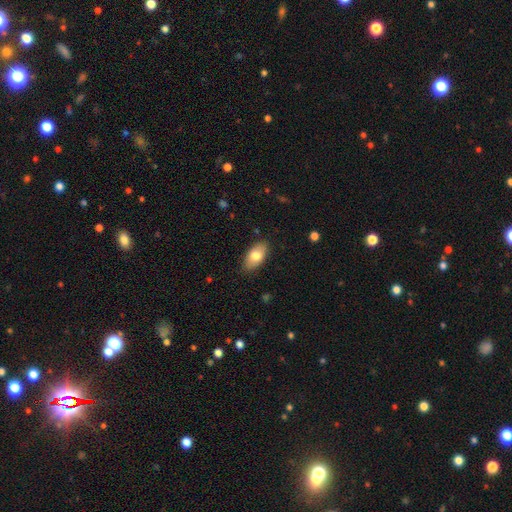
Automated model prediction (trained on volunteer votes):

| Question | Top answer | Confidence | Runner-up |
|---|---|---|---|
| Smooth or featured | smooth | 78% | featured or disk (16%) |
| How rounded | in between | 93% | cigar-shaped (4%) |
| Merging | none | 86% | minor disturbance (11%) |